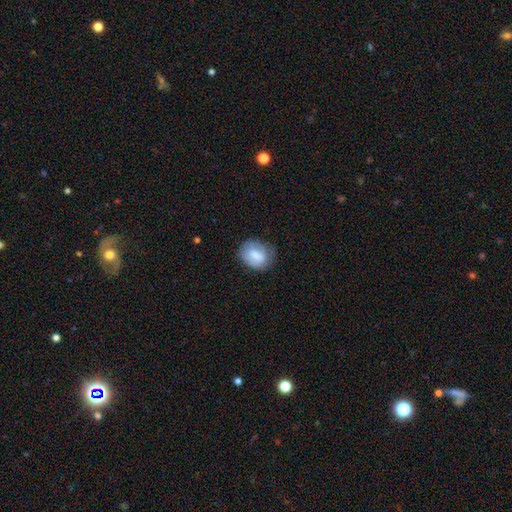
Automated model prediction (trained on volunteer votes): Smooth or featured?
  - smooth: 70% *
  - featured or disk: 23%
  - star or artifact: 8%
How rounded?
  - in between: 55% *
  - round: 44%
  - cigar-shaped: 1%
Merging?
  - none: 65% *
  - minor disturbance: 25%
  - major disturbance: 9%
  - merger: 1%